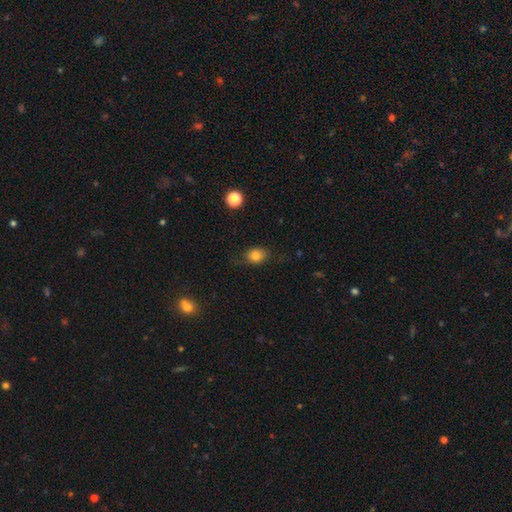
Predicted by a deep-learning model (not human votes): This appears to be a smooth galaxy with no disk features (80%) that is in between round and cigar-shaped (56%). Merging: none (75%).